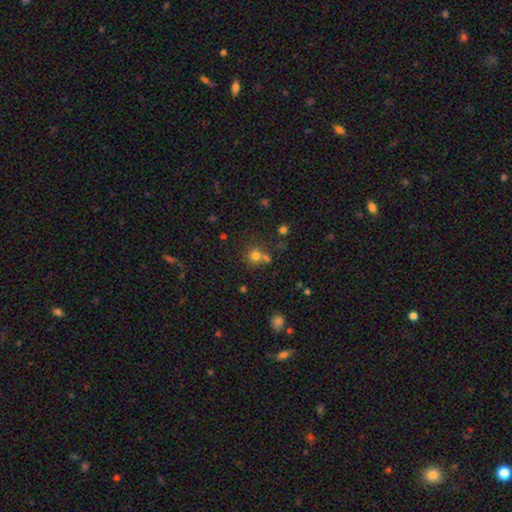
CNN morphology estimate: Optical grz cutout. It shows a smooth galaxy with no disk features (75%) that is round (89%). Merging: none (57%).